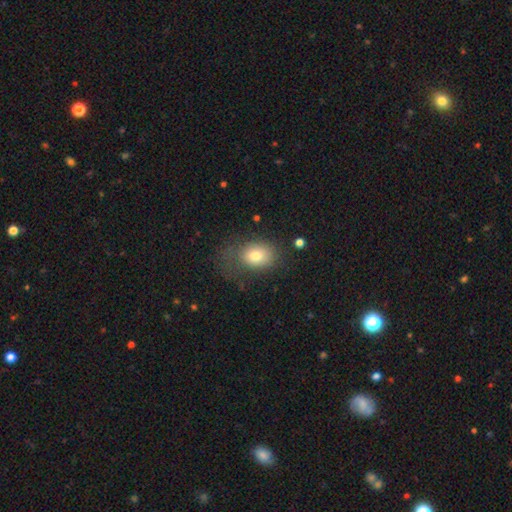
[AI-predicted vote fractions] smooth-or-featured: smooth: 76% | featured or disk: 13% | star or artifact: 11%
  how-rounded: in between: 62% | round: 37% | cigar-shaped: 1%
  merging: none: 50% | minor disturbance: 24% | major disturbance: 23% | merger: 2%